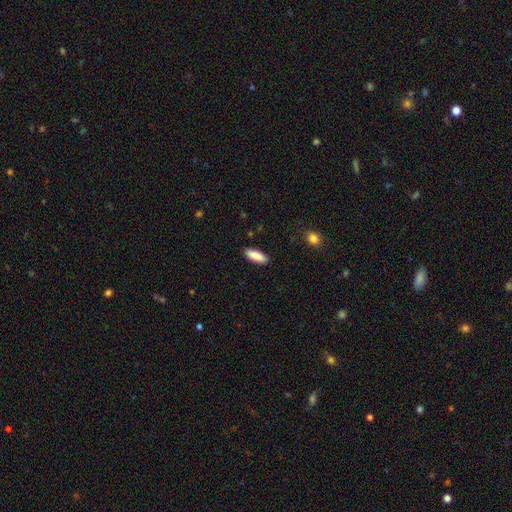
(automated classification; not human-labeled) Smooth or featured?
  - smooth: 89% *
  - star or artifact: 6%
  - featured or disk: 5%
How rounded?
  - in between: 57% *
  - cigar-shaped: 42%
  - round: 2%
Merging?
  - none: 89% *
  - minor disturbance: 8%
  - major disturbance: 2%
  - merger: 1%